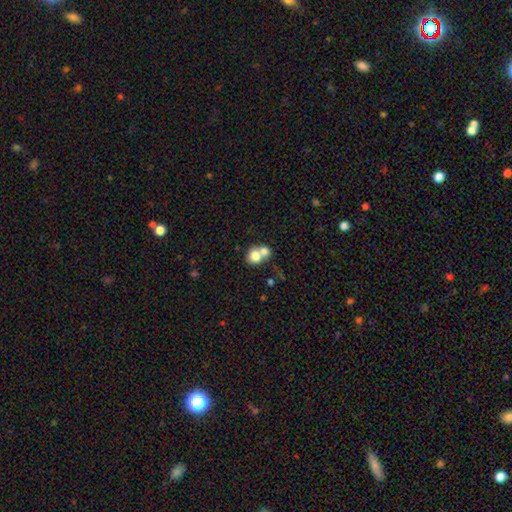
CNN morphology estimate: smooth_or_featured: smooth (p=0.76) [alt: featured or disk p=0.16]
how_rounded: round (p=0.73) [alt: in between p=0.26]
merging: merger (p=0.65) [alt: none p=0.26]